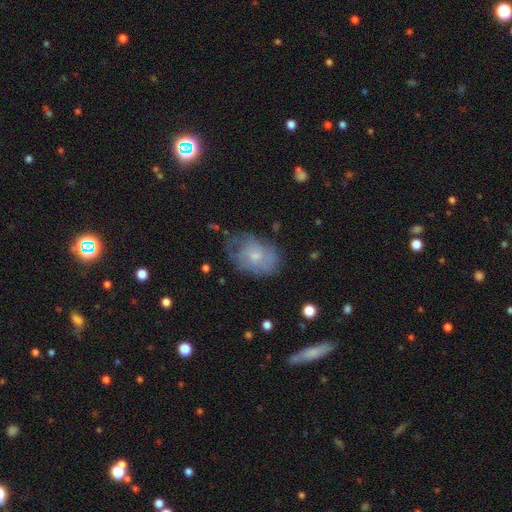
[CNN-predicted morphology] This is possibly a smooth galaxy (48%). Merging: possibly none (54%).